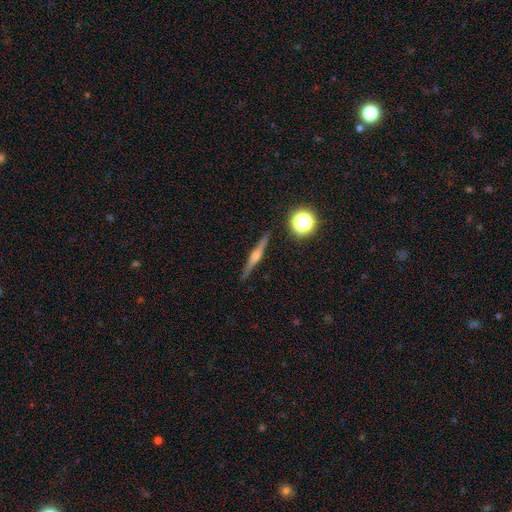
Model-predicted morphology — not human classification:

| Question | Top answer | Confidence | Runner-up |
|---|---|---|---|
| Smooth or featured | featured or disk | 75% | smooth (16%) |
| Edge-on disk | yes | 98% | no (2%) |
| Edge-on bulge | rounded | 88% | boxy (7%) |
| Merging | none | 91% | minor disturbance (6%) |